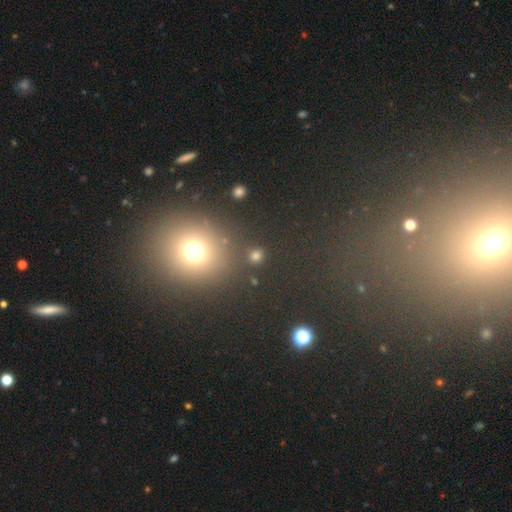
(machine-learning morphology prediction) This appears to be a smooth galaxy with no disk features (71%) that is round (88%). Merging: none (83%).